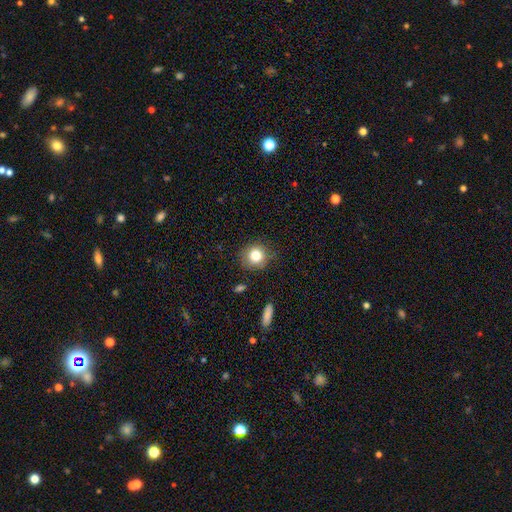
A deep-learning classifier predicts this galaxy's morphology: The model was most divided on "smooth or featured": smooth: 81%, star or artifact: 11%, featured or disk: 9%. More confident: how rounded — round (88%); merging — none (84%).